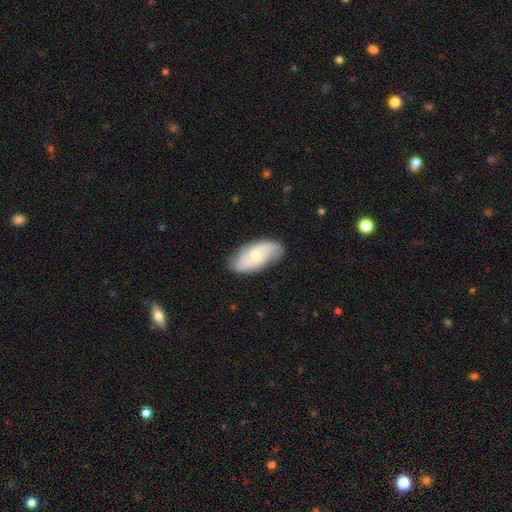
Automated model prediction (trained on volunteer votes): The model was most divided on "bar": weak: 46%, no: 45%, strong: 9%. Remaining: edge-on disk — no (93%); spiral arms — yes (85%); merging — none (77%); smooth or featured — featured or disk (56%); bulge size — moderate (46%).